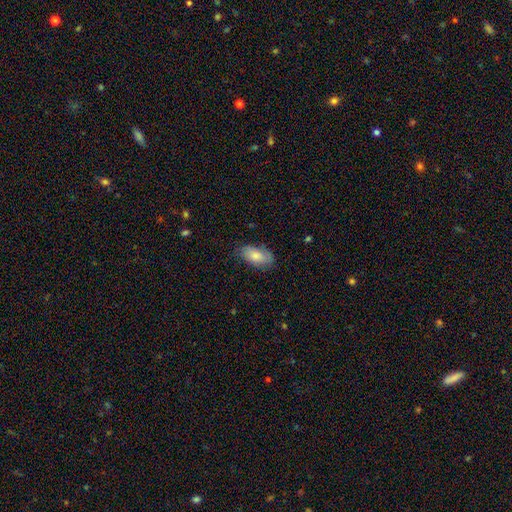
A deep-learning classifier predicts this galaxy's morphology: A smooth galaxy with no disk features (78%) that is in between round and cigar-shaped (93%).

Vote fractions:
- Smooth or featured? smooth: 78% / featured or disk: 15% / star or artifact: 6%
- How rounded? in between: 93% / cigar-shaped: 4% / round: 3%
- Merging? none: 71% / minor disturbance: 23% / major disturbance: 5% / merger: 1%